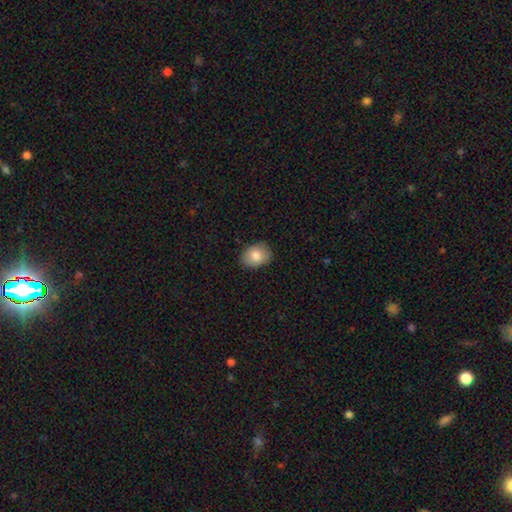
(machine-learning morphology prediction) type=smooth (82%); roundness=in between (67%); merging=none (85%).